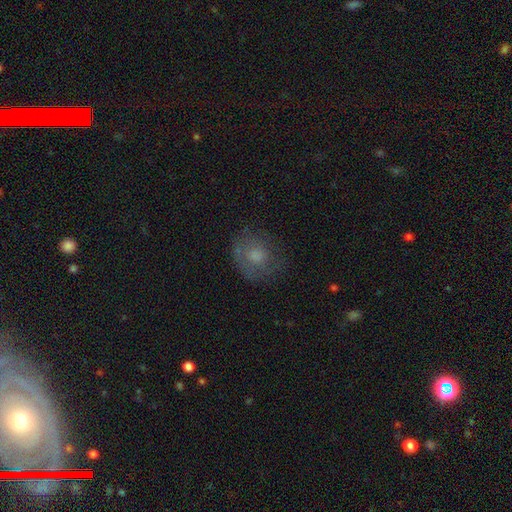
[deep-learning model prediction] smooth-or-featured: smooth: 58% | featured or disk: 30% | star or artifact: 11%
  how-rounded: round: 72% | in between: 27% | cigar-shaped: 1%
  merging: none: 63% | minor disturbance: 21% | major disturbance: 15% | merger: 2%